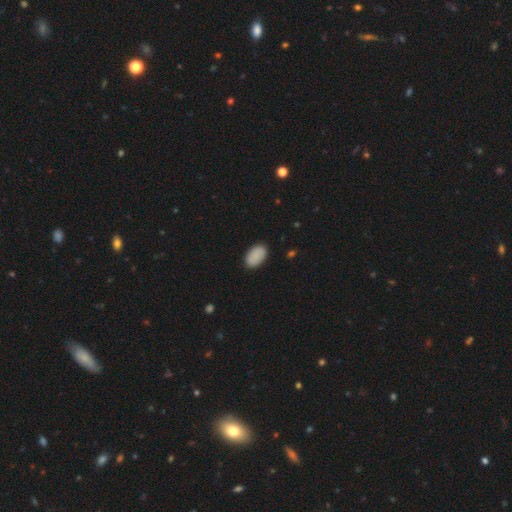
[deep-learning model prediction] This is clearly a smooth galaxy (88%). How rounded: clearly in between (93%). Merging: clearly none (88%).